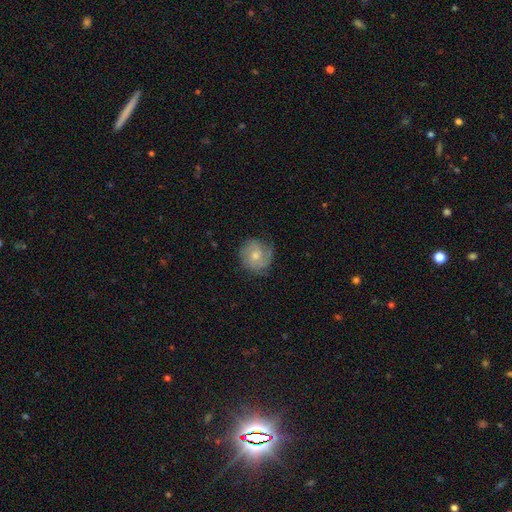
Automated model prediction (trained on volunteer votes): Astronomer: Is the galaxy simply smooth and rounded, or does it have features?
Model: featured or disk — 49% (runner-up: smooth, 44%).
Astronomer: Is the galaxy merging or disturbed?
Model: none — 69%.